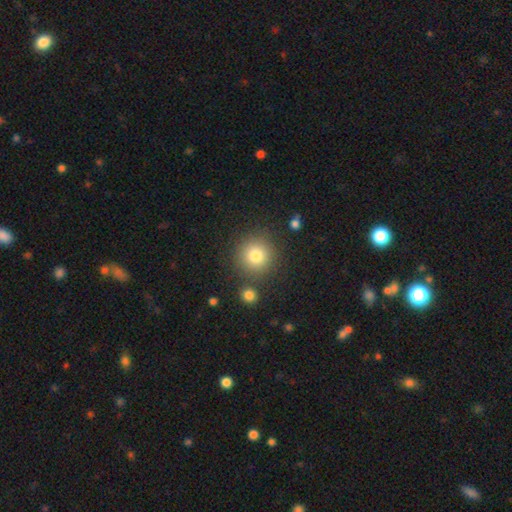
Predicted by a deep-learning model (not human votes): Smooth or featured: smooth — 81% (star or artifact — 11%)
How rounded: round — 93% (in between — 6%)
Merging: none — 82% (minor disturbance — 8%)